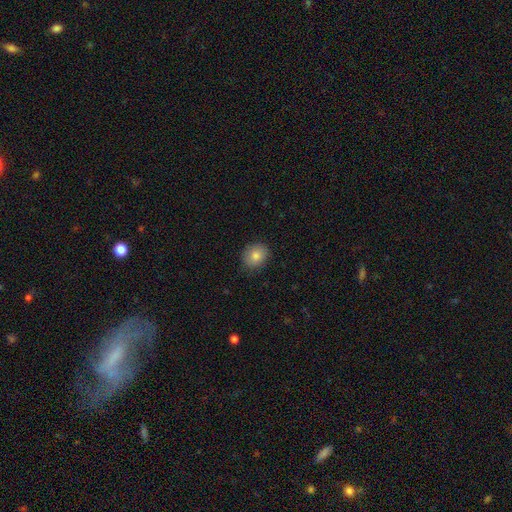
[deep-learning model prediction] Smooth or featured? Predicted: smooth (p=0.83). How rounded? Predicted: round (p=0.58). Merging? Predicted: none (p=0.87).